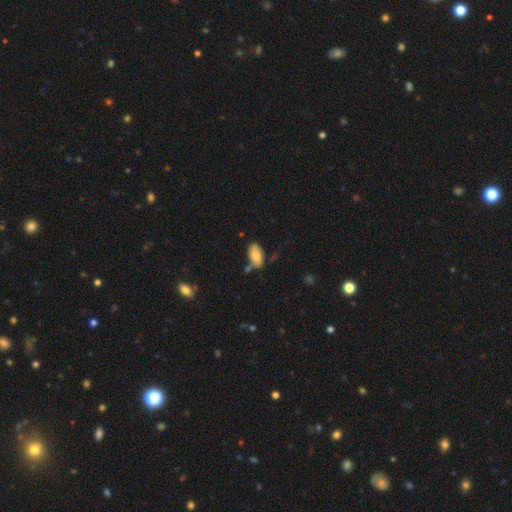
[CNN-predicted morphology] smooth-or-featured: smooth: 77% | featured or disk: 16% | star or artifact: 7%
  how-rounded: in between: 94% | round: 3% | cigar-shaped: 3%
  merging: none: 57% | minor disturbance: 22% | merger: 15% | major disturbance: 6%